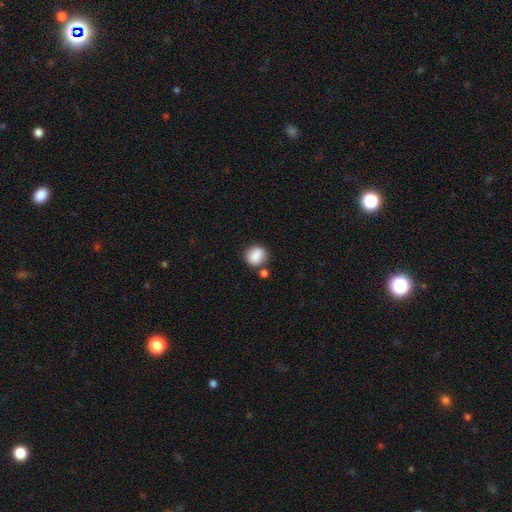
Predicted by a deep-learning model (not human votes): smooth_or_featured: smooth (p=0.86) [alt: star or artifact p=0.08]
how_rounded: round (p=0.77) [alt: in between p=0.22]
merging: none (p=0.65) [alt: merger p=0.16]